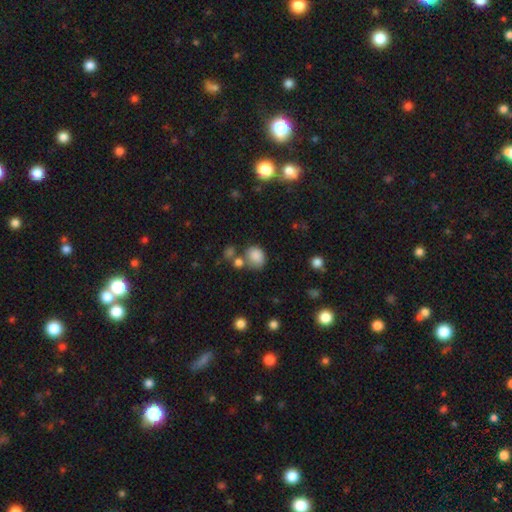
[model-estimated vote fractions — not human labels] A smooth galaxy with no disk features (83%) that is round (50%).

Vote fractions:
- Smooth or featured? smooth: 83% / star or artifact: 11% / featured or disk: 6%
- How rounded? round: 50% / in between: 49% / cigar-shaped: 1%
- Merging? none: 57% / merger: 18% / minor disturbance: 18% / major disturbance: 7%